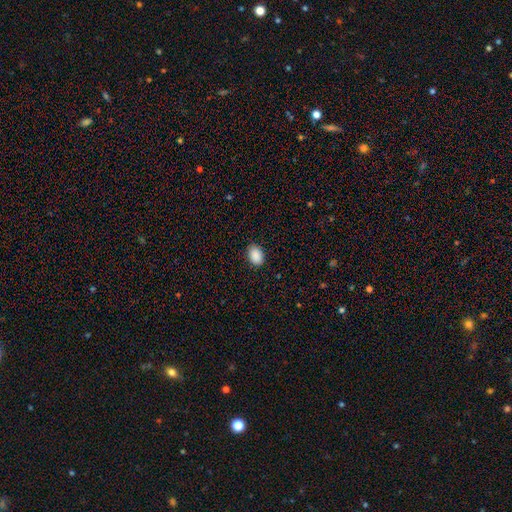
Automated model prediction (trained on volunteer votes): Smooth or featured? Predicted: smooth (p=0.90). How rounded? Predicted: in between (p=0.80). Merging? Predicted: none (p=0.86).